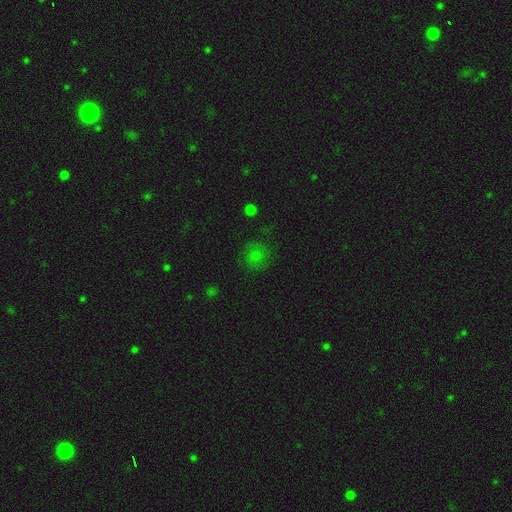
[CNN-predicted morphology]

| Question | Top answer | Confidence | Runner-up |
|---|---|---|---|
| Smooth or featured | smooth | 70% | star or artifact (20%) |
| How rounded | round | 85% | in between (14%) |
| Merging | none | 73% | minor disturbance (17%) |